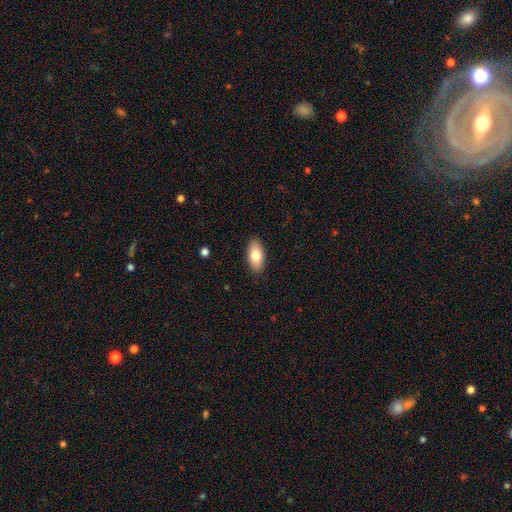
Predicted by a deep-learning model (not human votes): This is likely a smooth galaxy (78%). How rounded: clearly in between (90%). Merging: clearly none (89%).